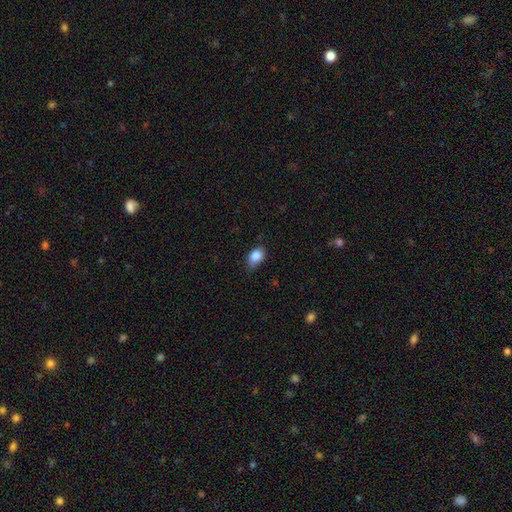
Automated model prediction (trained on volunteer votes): smooth-or-featured: smooth: 86% | star or artifact: 9% | featured or disk: 5%
  how-rounded: in between: 72% | round: 26% | cigar-shaped: 2%
  merging: none: 57% | minor disturbance: 34% | major disturbance: 7% | merger: 2%